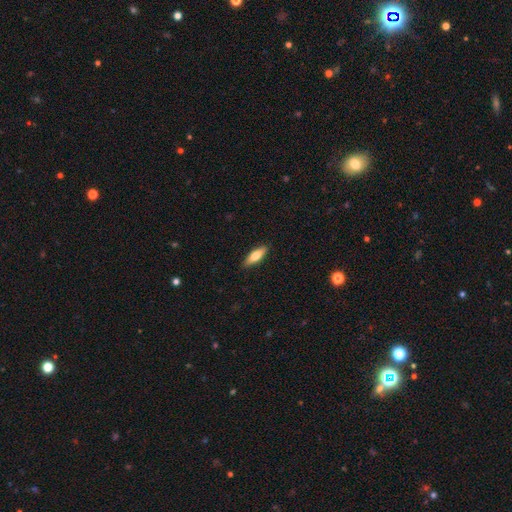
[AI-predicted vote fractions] Smooth or featured? smooth (66%)
How rounded? in between (49%, tied with cigar-shaped)
Merging? none (89%)